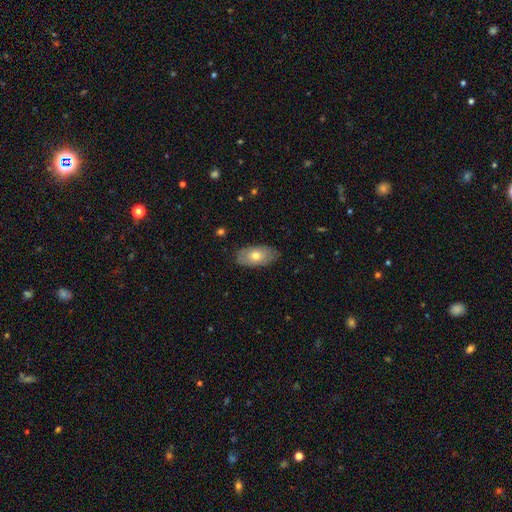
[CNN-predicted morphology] This appears to be a smooth galaxy with no disk features (67%) that is in between round and cigar-shaped (92%). Merging: none (82%).